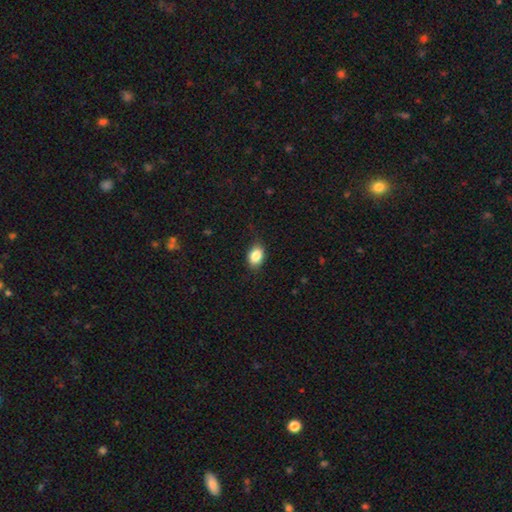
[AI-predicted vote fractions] Overall: smooth (86%). How rounded: in between (79%). Merging: none (80%).